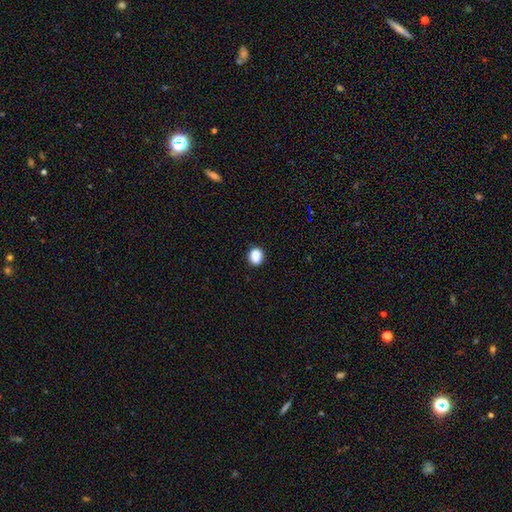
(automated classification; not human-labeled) smooth_or_featured: smooth (p=0.88) [alt: star or artifact p=0.10]
how_rounded: round (p=0.65) [alt: in between p=0.34]
merging: none (p=0.88) [alt: minor disturbance p=0.08]